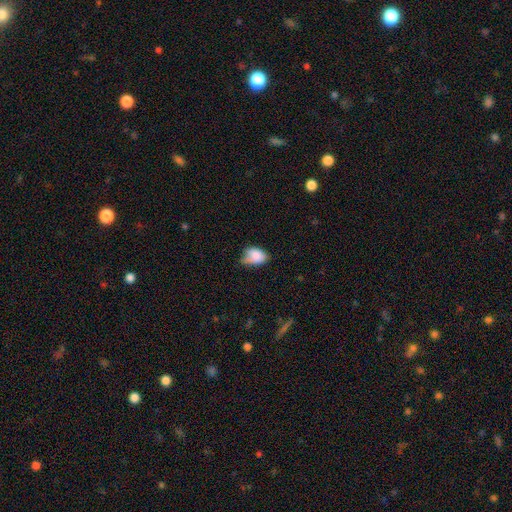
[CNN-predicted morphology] Smooth or featured: smooth — 83% (featured or disk — 9%)
How rounded: in between — 82% (round — 17%)
Merging: minor disturbance — 45% (none — 37%)